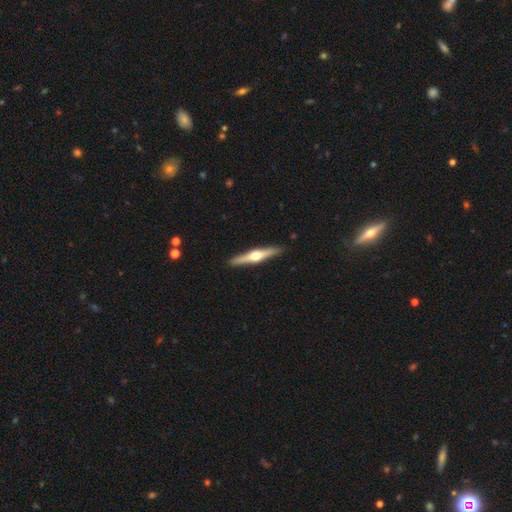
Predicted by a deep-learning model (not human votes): Morphology: type=featured or disk (69%); edge-on=yes (97%); edge-on bulge=rounded (95%); merging=none (91%).